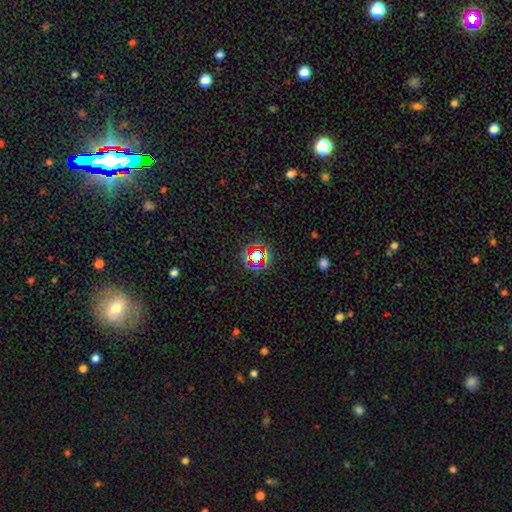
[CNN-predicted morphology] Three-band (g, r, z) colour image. It shows a star or artifact, not a galaxy (66%).